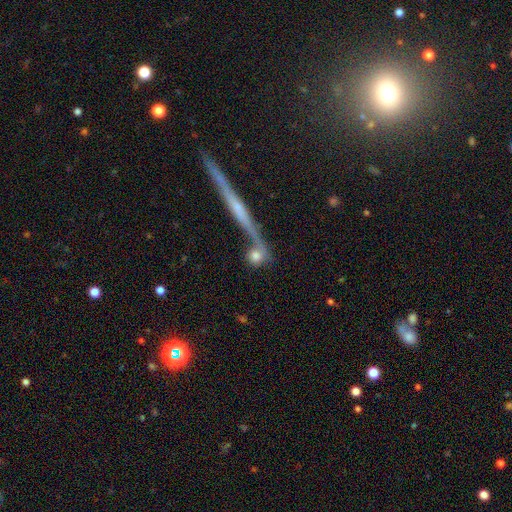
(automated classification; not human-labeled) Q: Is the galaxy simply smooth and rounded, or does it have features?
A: smooth — 70%.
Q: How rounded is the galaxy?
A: round — 77%.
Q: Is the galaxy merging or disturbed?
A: none — 52%.